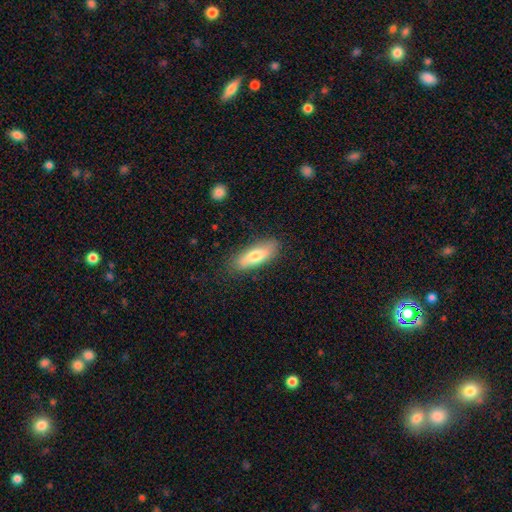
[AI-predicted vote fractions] Morphology: type=smooth (72%); roundness=in between (58%); merging=none (82%).